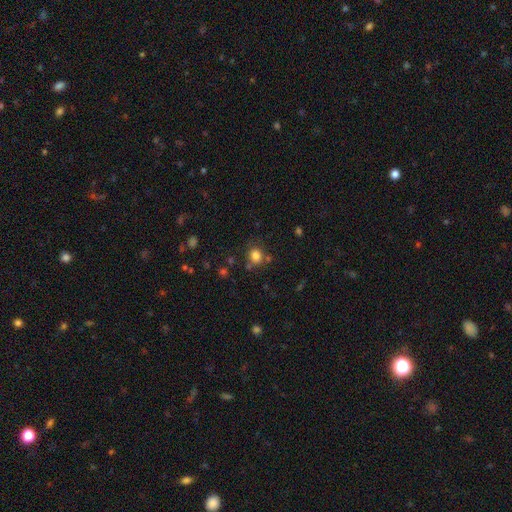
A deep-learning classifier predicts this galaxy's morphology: type=smooth (81%); roundness=round (80%); merging=none (75%).